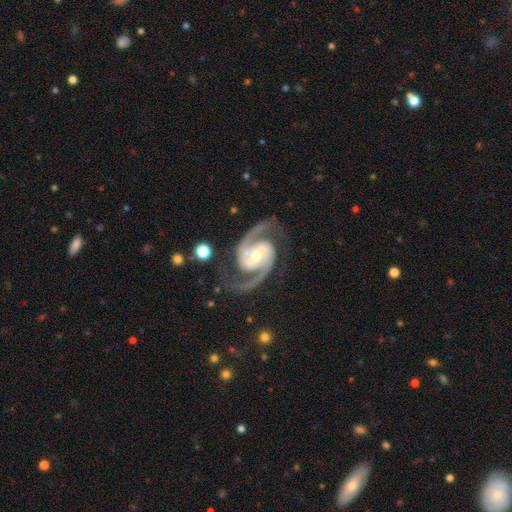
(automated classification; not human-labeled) A featured or disk galaxy (94%) with a weak bar (42%), 2 (94%) medium (66%) spiral arms (99%) and a moderate central bulge (53%).

Vote fractions:
- Smooth or featured? featured or disk: 94% / star or artifact: 4% / smooth: 2%
- Edge-on disk? no: 98% / yes: 2%
- Bar? weak: 42% / strong: 32% / no: 26%
- Spiral arms? yes: 99% / no: 1%
- Spiral winding? medium: 66% / tight: 22% / loose: 11%
- Spiral arm count? 2: 94% / 3: 2% / can't tell: 1% / 1: 1% / 4: 1% / more than 4: 1%
- Bulge size? moderate: 53% / small: 41% / large: 3% / none: 1% / dominant: 1%
- Merging? none: 81% / minor disturbance: 12% / major disturbance: 5% / merger: 2%